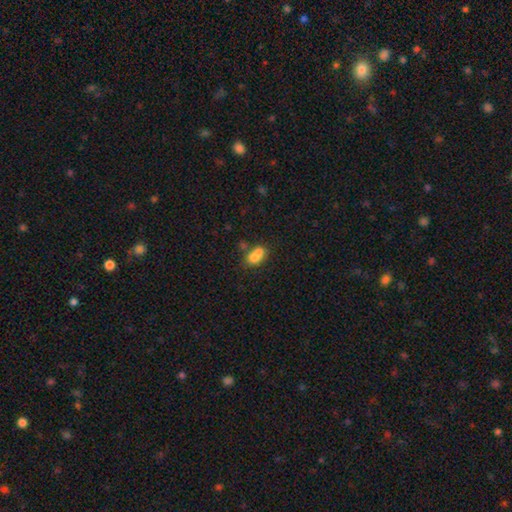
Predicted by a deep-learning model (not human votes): The model was most divided on "merging": none: 41%, merger: 36%, minor disturbance: 17%, major disturbance: 6%. More confident: how rounded — in between (83%); smooth or featured — smooth (78%).